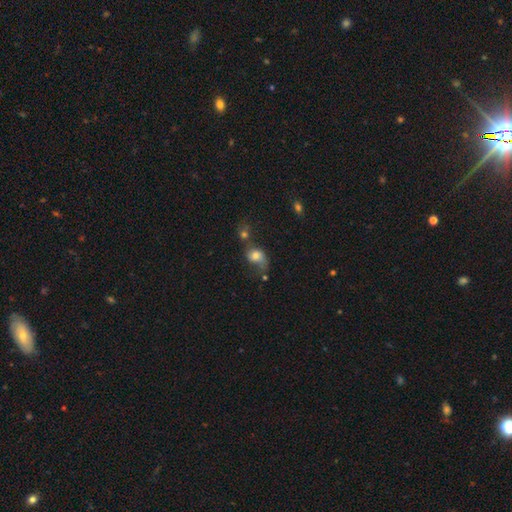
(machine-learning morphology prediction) A smooth galaxy with no disk features (67%) that is in between round and cigar-shaped (56%).

Vote fractions:
- Smooth or featured? smooth: 67% / featured or disk: 21% / star or artifact: 11%
- How rounded? in between: 56% / round: 42% / cigar-shaped: 2%
- Merging? merger: 36% / none: 27% / major disturbance: 20% / minor disturbance: 18%